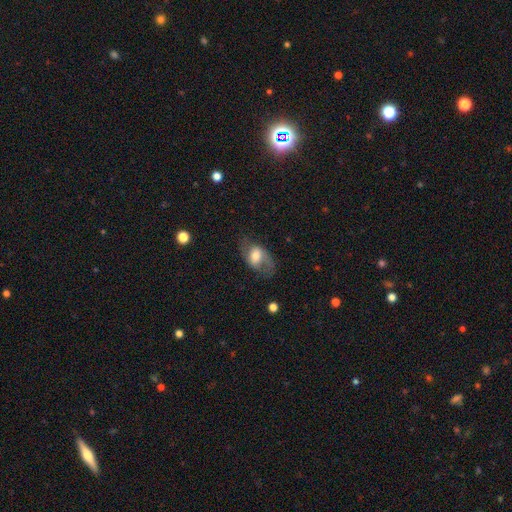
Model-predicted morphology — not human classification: Q: Smooth or featured?
A: featured or disk (50%); runner-up: smooth (42%)
Q: Merging?
A: none (61%); runner-up: minor disturbance (21%)